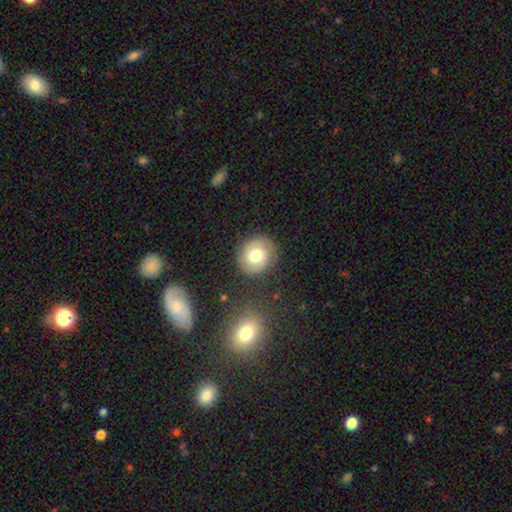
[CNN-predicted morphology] smooth_or_featured: smooth (p=0.67) [alt: featured or disk p=0.23]
how_rounded: round (p=0.79) [alt: in between p=0.20]
merging: none (p=0.83) [alt: minor disturbance p=0.11]